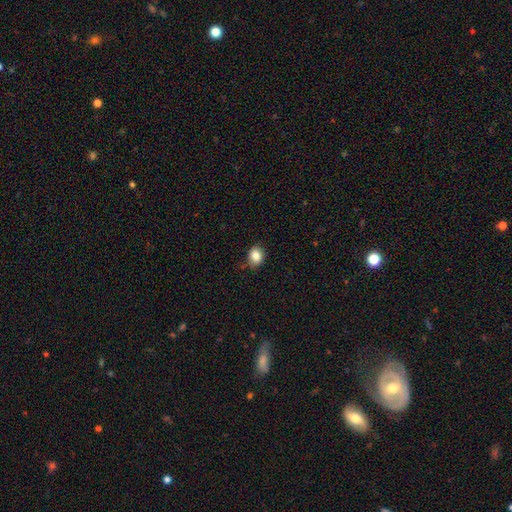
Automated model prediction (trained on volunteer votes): Morphology: type=smooth (85%); roundness=round (52%); merging=none (77%).